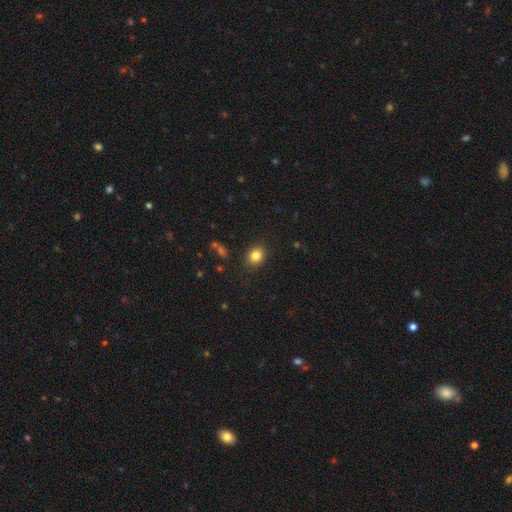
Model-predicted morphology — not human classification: smooth-or-featured: smooth: 83% | star or artifact: 11% | featured or disk: 6%
  how-rounded: round: 60% | in between: 39% | cigar-shaped: 1%
  merging: none: 86% | minor disturbance: 10% | major disturbance: 3% | merger: 1%